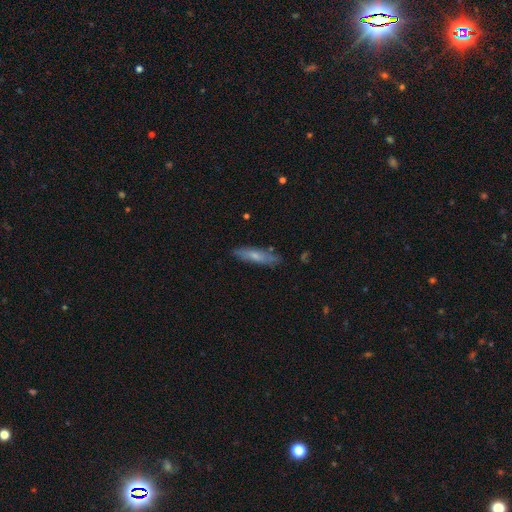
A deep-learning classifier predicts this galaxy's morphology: Smooth or featured?
  - smooth: 63% *
  - featured or disk: 31%
  - star or artifact: 6%
How rounded?
  - cigar-shaped: 77% *
  - in between: 21%
  - round: 2%
Merging?
  - none: 82% *
  - minor disturbance: 14%
  - major disturbance: 2%
  - merger: 2%